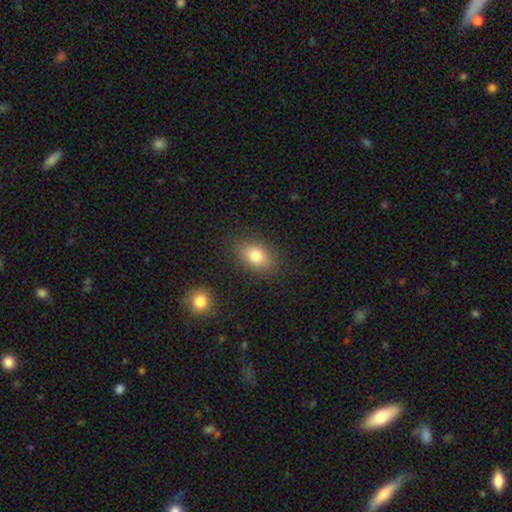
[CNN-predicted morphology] The model was most divided on "how rounded": in between: 78%, round: 20%, cigar-shaped: 2%. More confident: merging — none (85%); smooth or featured — smooth (80%).